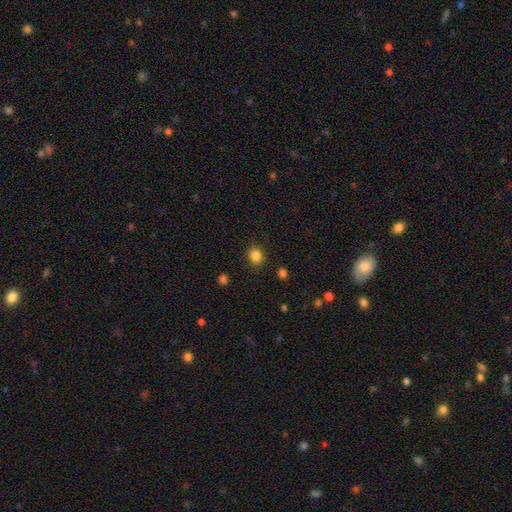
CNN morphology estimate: A smooth galaxy with no disk features (85%) that is round (76%). Merging: none (89%).